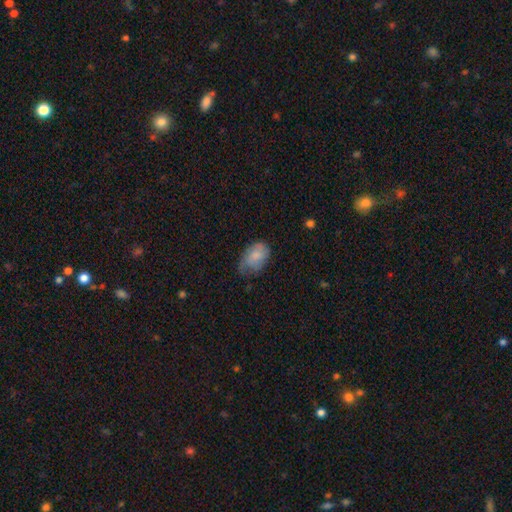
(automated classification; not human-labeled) smooth 73%, featured or disk 20%, star or artifact 7%. Down the decision tree: how rounded — in between (85%); merging — minor disturbance (41%).